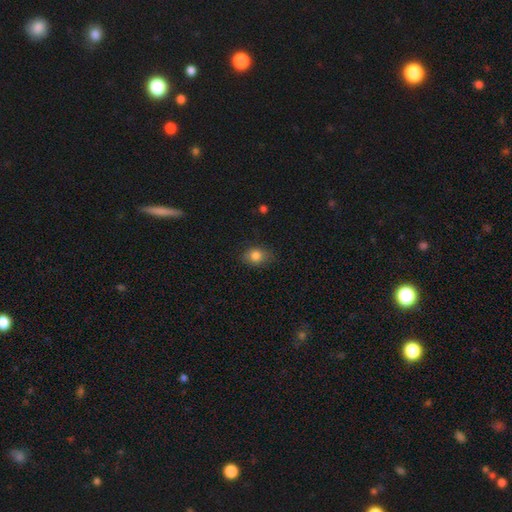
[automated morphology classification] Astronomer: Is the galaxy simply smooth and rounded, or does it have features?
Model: smooth — 82%.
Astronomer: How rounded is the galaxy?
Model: in between — 54% (runner-up: round, 45%).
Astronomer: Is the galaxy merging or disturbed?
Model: none — 79%.